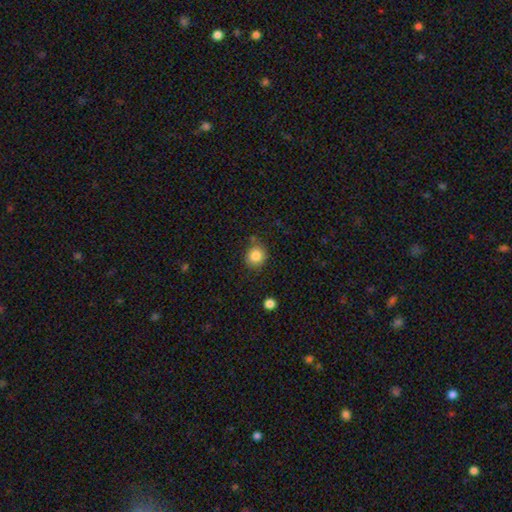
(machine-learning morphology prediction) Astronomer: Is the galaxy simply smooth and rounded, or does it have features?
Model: smooth — 84%.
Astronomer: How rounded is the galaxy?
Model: round — 86%.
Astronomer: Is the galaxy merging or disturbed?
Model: none — 80%.